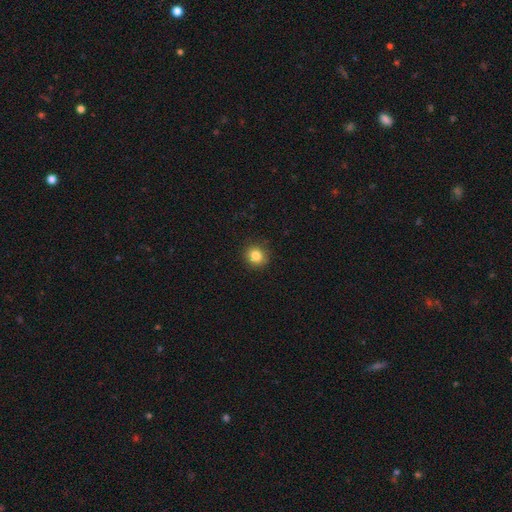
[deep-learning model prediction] smooth_or_featured: smooth (p=0.84) [alt: star or artifact p=0.10]
how_rounded: round (p=0.89) [alt: in between p=0.10]
merging: none (p=0.91) [alt: minor disturbance p=0.06]